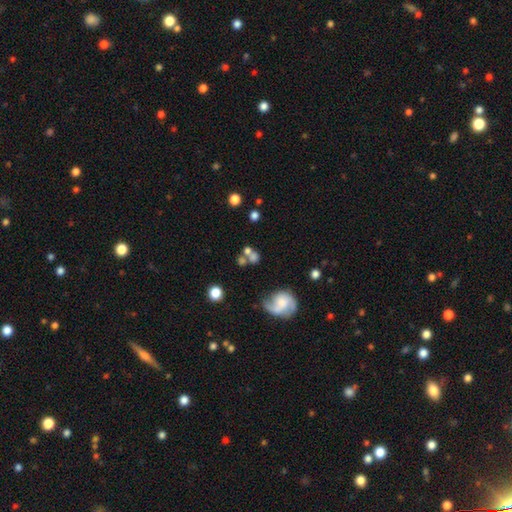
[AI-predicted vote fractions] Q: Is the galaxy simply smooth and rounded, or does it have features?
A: smooth — 55%.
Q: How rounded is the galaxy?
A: round — 68%.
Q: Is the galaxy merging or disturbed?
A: none — 45%.